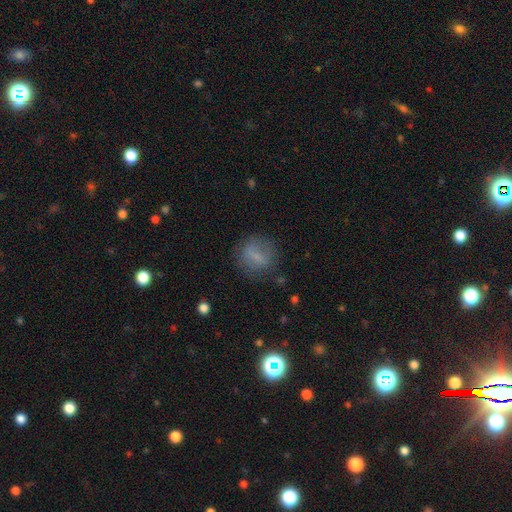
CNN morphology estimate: Smooth or featured? Predicted: smooth (p=0.64). How rounded? Predicted: round (p=0.69). Merging? Predicted: none (p=0.71).